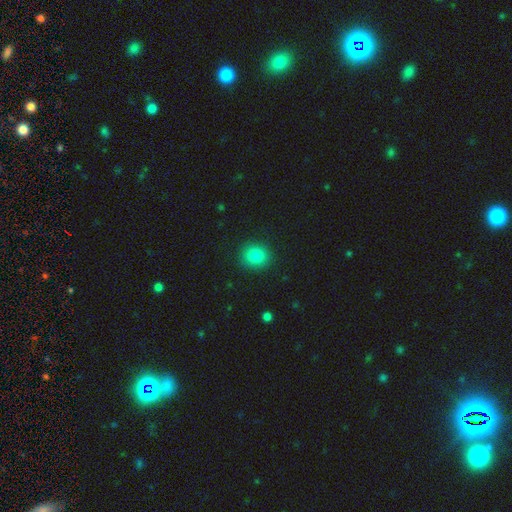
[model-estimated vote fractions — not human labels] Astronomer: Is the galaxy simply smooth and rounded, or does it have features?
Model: smooth — 84%.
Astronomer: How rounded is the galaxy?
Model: round — 78%.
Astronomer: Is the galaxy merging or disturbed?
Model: none — 90%.